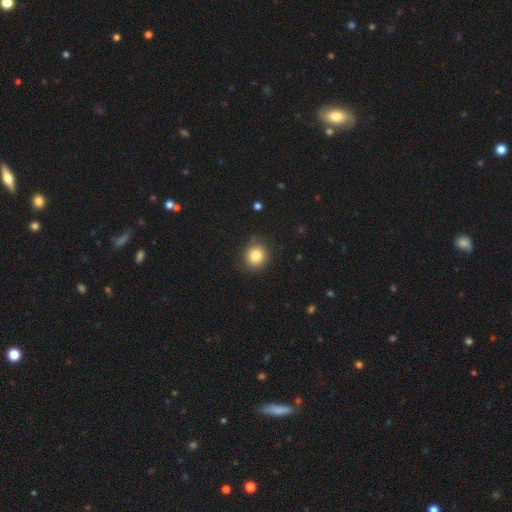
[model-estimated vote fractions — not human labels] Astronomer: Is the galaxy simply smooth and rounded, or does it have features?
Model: smooth — 83%.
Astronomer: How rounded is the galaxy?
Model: round — 86%.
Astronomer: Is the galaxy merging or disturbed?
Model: none — 85%.